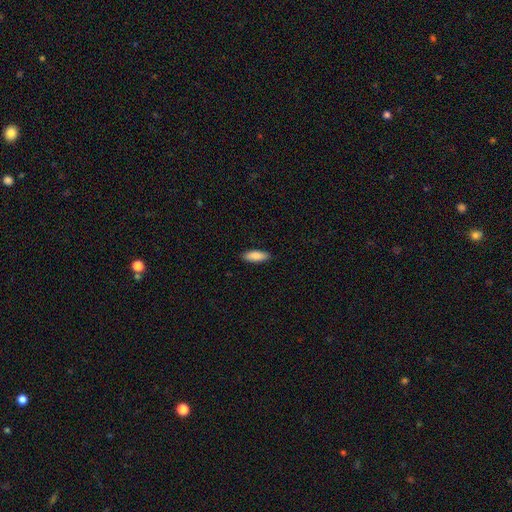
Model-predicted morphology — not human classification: A smooth galaxy with no disk features (87%) that is in between round and cigar-shaped (69%). Merging: none (89%).